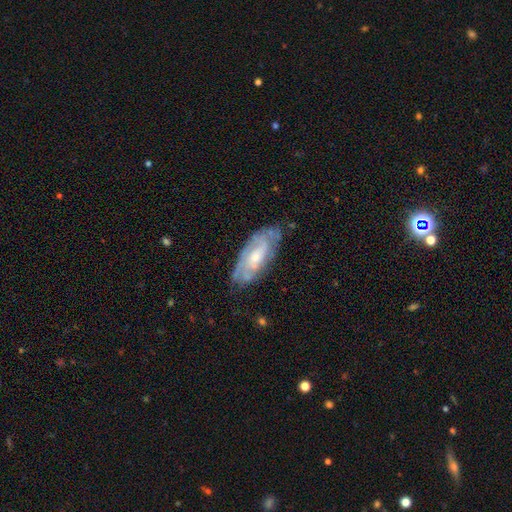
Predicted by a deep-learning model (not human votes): Smooth or featured? Predicted: featured or disk (p=0.68). Edge-on disk? Predicted: no (p=0.85). Bar? Predicted: no (p=0.49). Spiral arms? Predicted: yes (p=0.81). Bulge size? Predicted: moderate (p=0.51). Merging? Predicted: none (p=0.75).